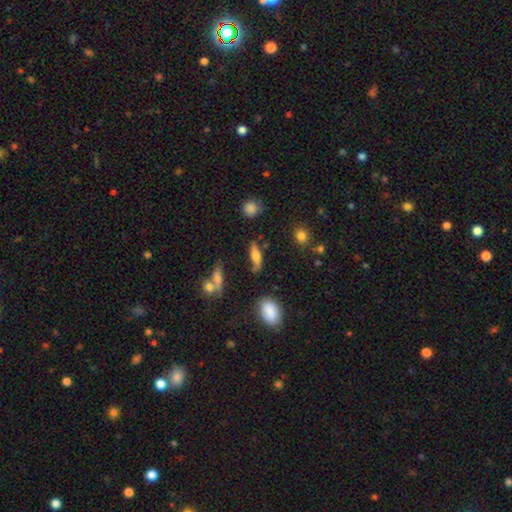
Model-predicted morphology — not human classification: Smooth or featured?
  - featured or disk: 48% *
  - smooth: 42%
  - star or artifact: 10%
Merging?
  - none: 71% *
  - minor disturbance: 17%
  - major disturbance: 6%
  - merger: 6%